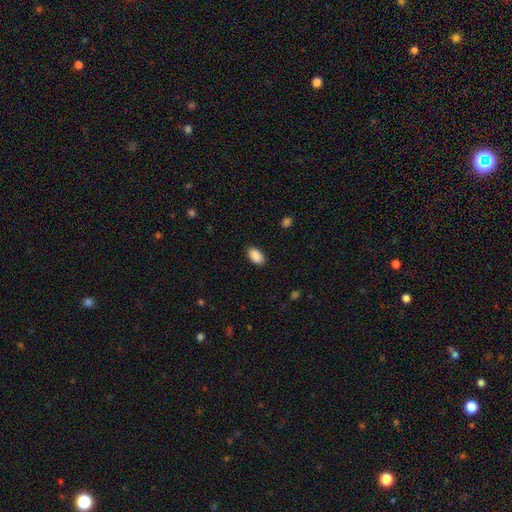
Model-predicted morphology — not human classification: smooth-or-featured: smooth: 90% | star or artifact: 7% | featured or disk: 3%
  how-rounded: in between: 93% | round: 5% | cigar-shaped: 2%
  merging: none: 87% | minor disturbance: 9% | major disturbance: 2% | merger: 1%